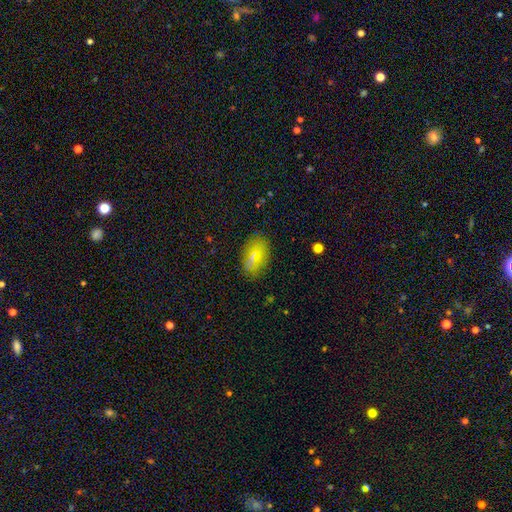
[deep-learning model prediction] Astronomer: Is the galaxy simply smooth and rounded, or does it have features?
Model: smooth — 68%.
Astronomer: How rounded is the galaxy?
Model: in between — 89%.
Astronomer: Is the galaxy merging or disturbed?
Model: none — 83%.